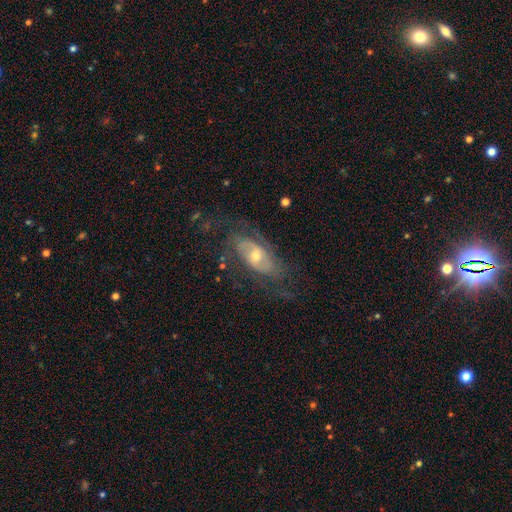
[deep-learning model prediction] A featured or disk galaxy (79%) with no bar (61%), 2 (52%) medium (41%) spiral arms (87%) and a moderate central bulge (58%). Merging: none (65%).